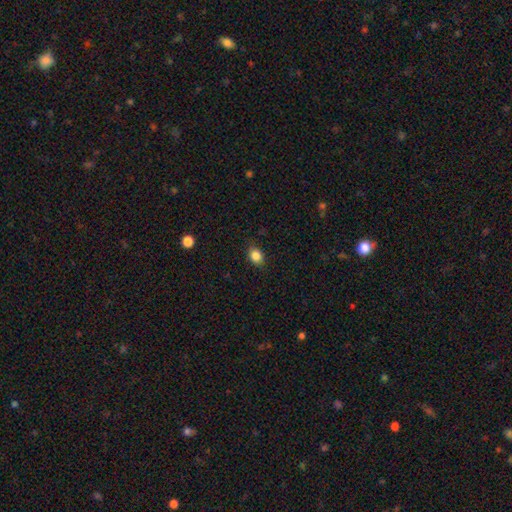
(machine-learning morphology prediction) Overall: smooth (85%). How rounded: in between (56%; round 43%). Merging: none (85%).